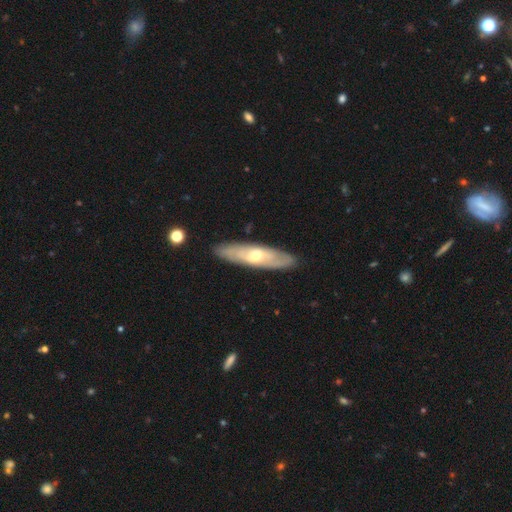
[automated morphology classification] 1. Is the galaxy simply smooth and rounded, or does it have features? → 63% featured or disk, 32% smooth, 5% star or artifact.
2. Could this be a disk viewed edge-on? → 59% no, 41% yes.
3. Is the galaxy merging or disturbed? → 87% none, 10% minor disturbance, 2% major disturbance, 1% merger.